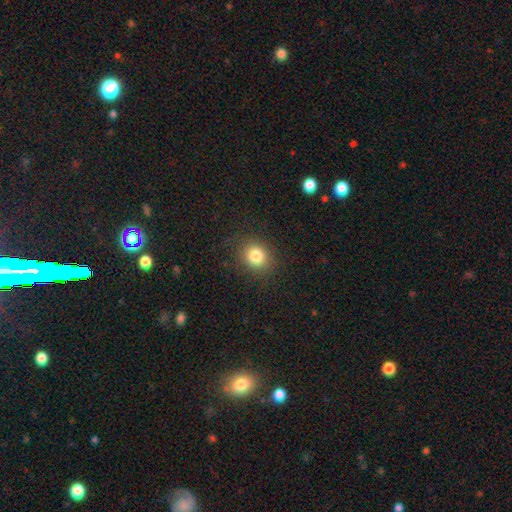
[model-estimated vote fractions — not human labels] Smooth or featured: smooth — 82% (star or artifact — 11%)
How rounded: round — 73% (in between — 26%)
Merging: none — 85% (minor disturbance — 10%)